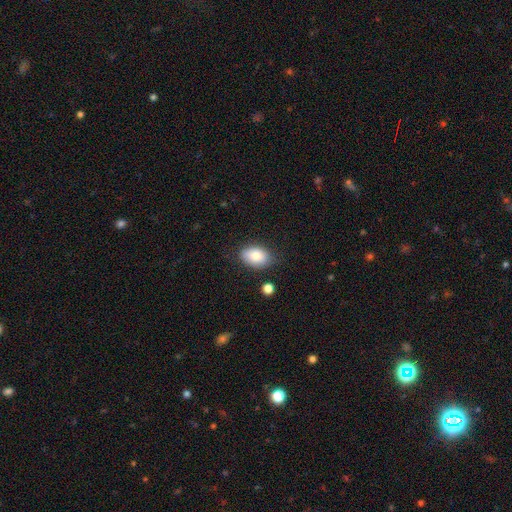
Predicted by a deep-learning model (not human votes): The model was most divided on "merging": none: 77%, minor disturbance: 17%, major disturbance: 4%, merger: 3%. More confident: how rounded — in between (87%); smooth or featured — smooth (83%).